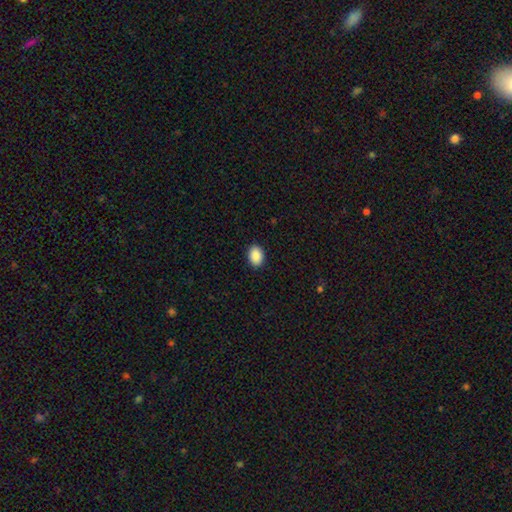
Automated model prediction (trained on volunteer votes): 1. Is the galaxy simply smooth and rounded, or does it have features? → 90% smooth, 7% star or artifact, 2% featured or disk.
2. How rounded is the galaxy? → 78% in between, 21% round, 1% cigar-shaped.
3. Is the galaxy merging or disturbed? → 91% none, 7% minor disturbance, 2% major disturbance, 1% merger.